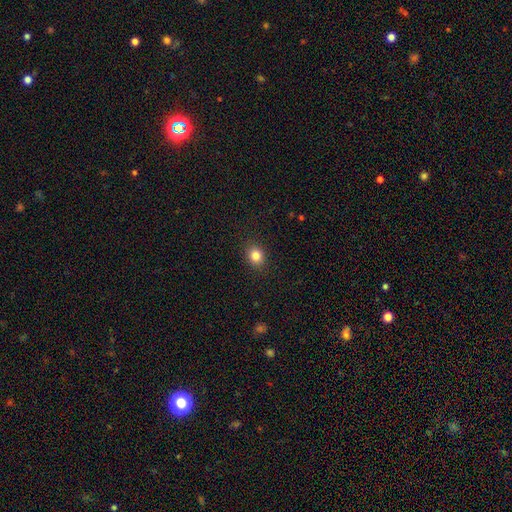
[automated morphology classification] Q: Smooth or featured?
A: smooth (84%); runner-up: star or artifact (11%)
Q: How rounded?
A: round (64%); runner-up: in between (35%)
Q: Merging?
A: none (90%); runner-up: minor disturbance (7%)